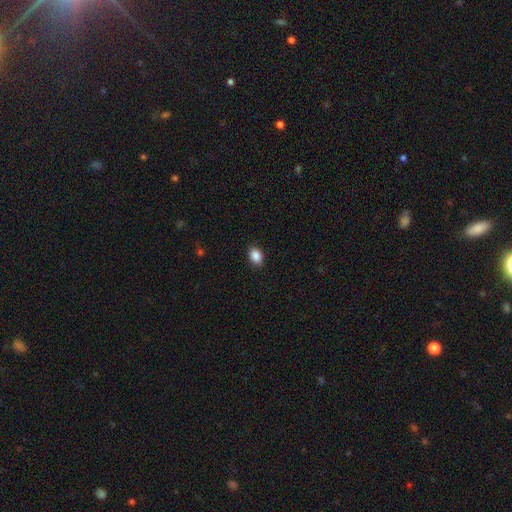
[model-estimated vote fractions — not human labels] Smooth or featured? smooth (89%)
How rounded? in between (74%)
Merging? none (89%)